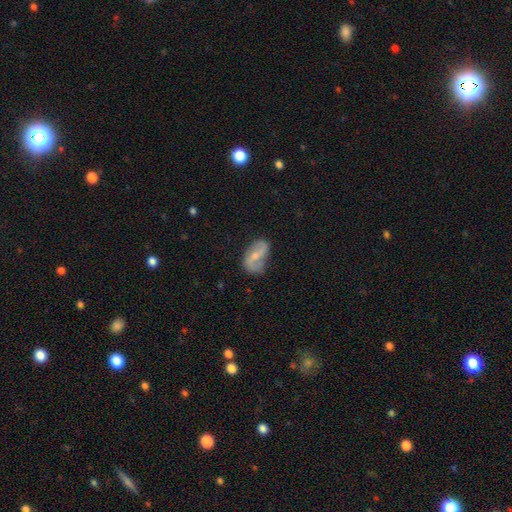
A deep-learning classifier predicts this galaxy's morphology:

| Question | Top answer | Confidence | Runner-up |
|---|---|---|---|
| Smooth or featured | featured or disk | 67% | smooth (26%) |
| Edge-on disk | no | 96% | yes (4%) |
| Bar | weak | 41% | strong (31%) |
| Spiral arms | yes | 86% | no (14%) |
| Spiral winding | loose | 59% | medium (29%) |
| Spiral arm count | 2 | 87% | can't tell (6%) |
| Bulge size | small | 56% | moderate (35%) |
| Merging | none | 65% | minor disturbance (24%) |